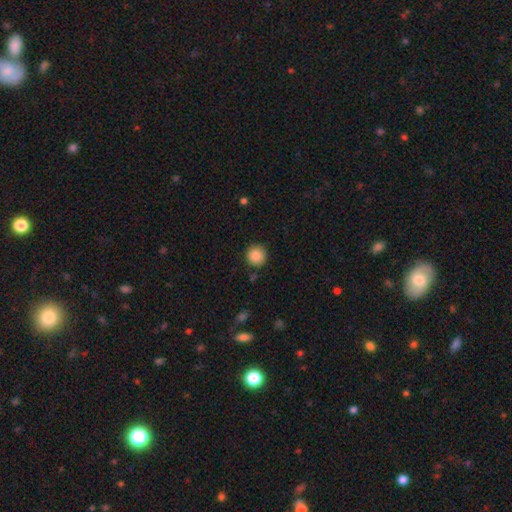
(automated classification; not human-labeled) This appears to be a smooth galaxy with no disk features (88%) that is round (94%). Merging: none (88%).